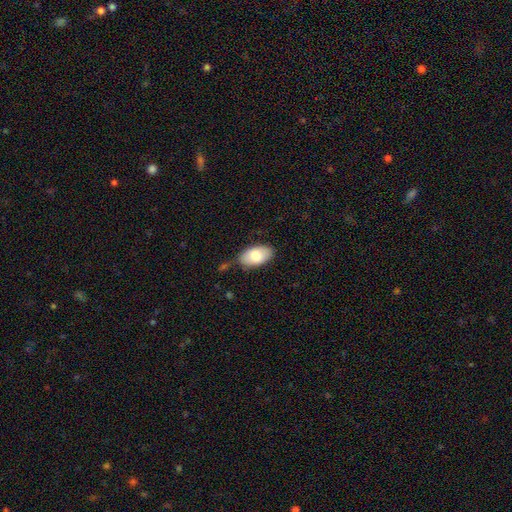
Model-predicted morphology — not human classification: Q: Smooth or featured?
A: smooth (80%); runner-up: featured or disk (14%)
Q: How rounded?
A: in between (95%); runner-up: round (4%)
Q: Merging?
A: none (76%); runner-up: minor disturbance (17%)